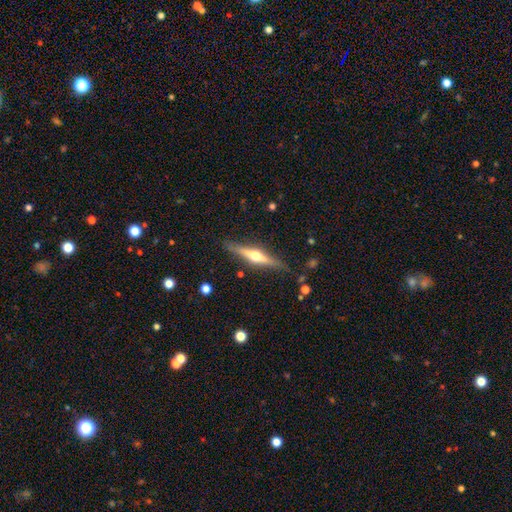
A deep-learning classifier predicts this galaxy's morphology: type=featured or disk (70%); edge-on=yes (97%); edge-on bulge=rounded (93%); merging=none (87%).